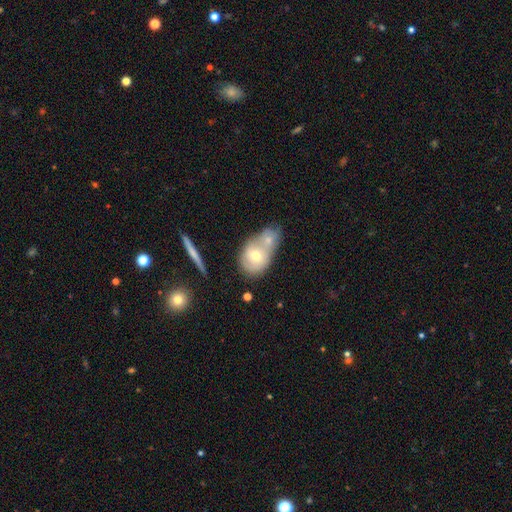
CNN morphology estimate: Overall: smooth (59%; featured or disk 33%). How rounded: in between (60%; round 37%). Merging: merger (62%; none 24%).